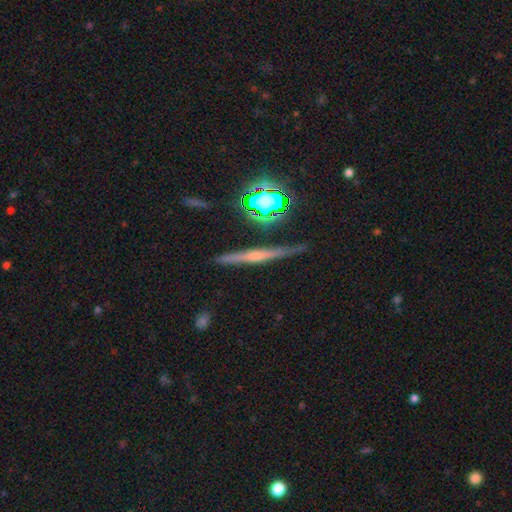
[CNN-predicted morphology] smooth_or_featured: featured or disk (p=0.62) [alt: smooth p=0.23]
disk_edge_on: yes (p=0.96) [alt: no p=0.04]
edge_on_bulge: rounded (p=0.62) [alt: none p=0.27]
merging: none (p=0.84) [alt: minor disturbance p=0.11]